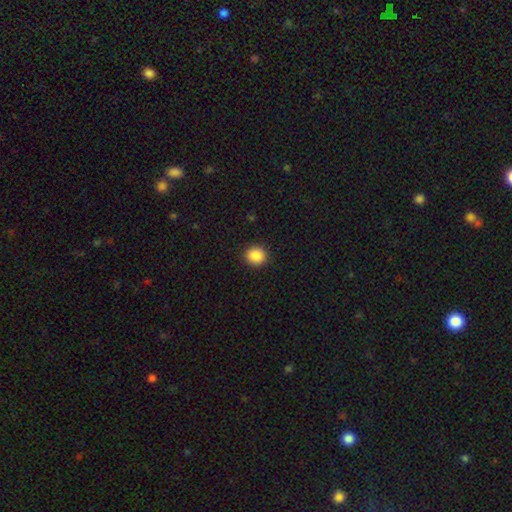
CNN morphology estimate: Smooth or featured?
  - smooth: 88% *
  - star or artifact: 9%
  - featured or disk: 3%
How rounded?
  - round: 82% *
  - in between: 17%
  - cigar-shaped: 1%
Merging?
  - none: 91% *
  - minor disturbance: 6%
  - major disturbance: 2%
  - merger: 1%